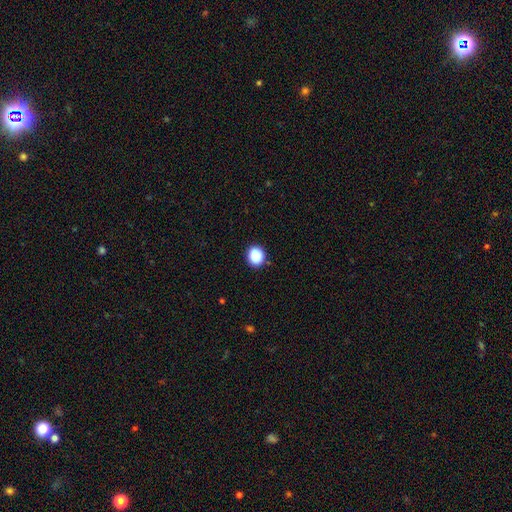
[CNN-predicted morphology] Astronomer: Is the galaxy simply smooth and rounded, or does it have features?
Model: smooth — 89%.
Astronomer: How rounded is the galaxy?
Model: round — 75%.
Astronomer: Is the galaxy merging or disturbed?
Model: none — 89%.